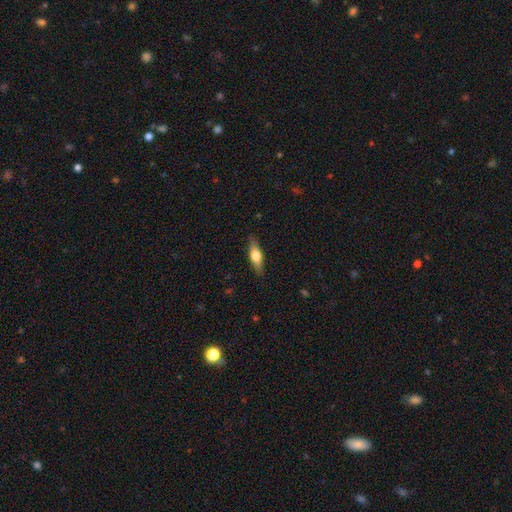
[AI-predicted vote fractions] A smooth galaxy with no disk features (52%) that is cigar-shaped (53%).

Vote fractions:
- Smooth or featured? smooth: 52% / featured or disk: 42% / star or artifact: 6%
- How rounded? cigar-shaped: 53% / in between: 44% / round: 3%
- Merging? none: 87% / minor disturbance: 10% / major disturbance: 2% / merger: 1%